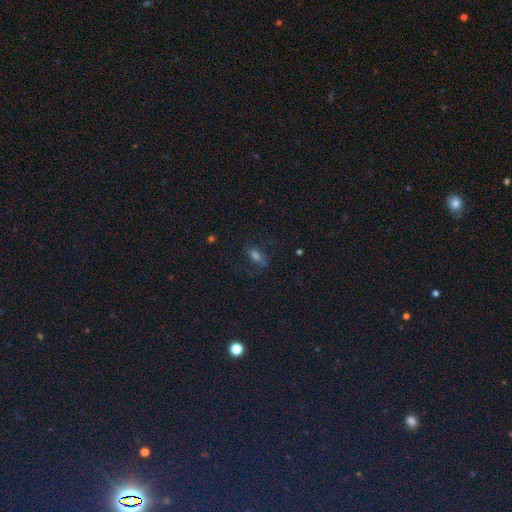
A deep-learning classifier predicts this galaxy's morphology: A smooth galaxy with no disk features (52%) that is in between round and cigar-shaped (74%).

Vote fractions:
- Smooth or featured? smooth: 52% / star or artifact: 26% / featured or disk: 22%
- How rounded? in between: 74% / cigar-shaped: 15% / round: 11%
- Merging? none: 67% / minor disturbance: 18% / major disturbance: 12% / merger: 3%